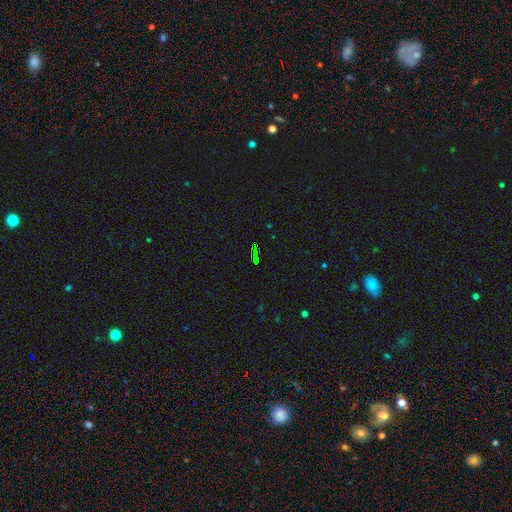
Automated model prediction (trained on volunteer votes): star or artifact 72%, smooth 16%, featured or disk 12%.